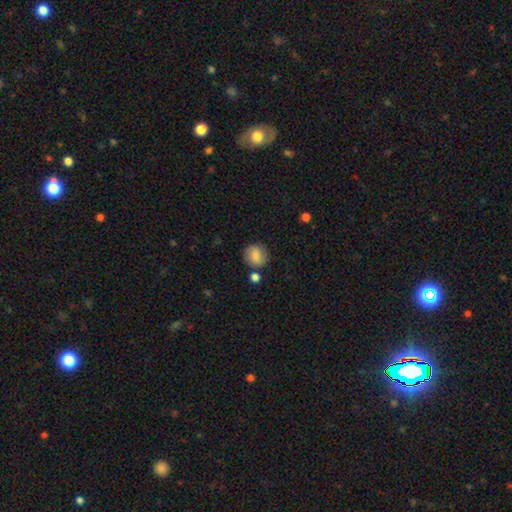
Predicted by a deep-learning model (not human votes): This is likely a smooth galaxy (79%). How rounded: clearly round (86%). Merging: likely none (77%).